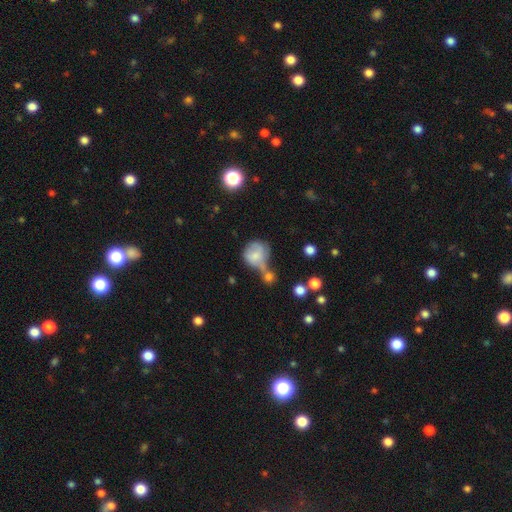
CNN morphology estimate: Smooth or featured: smooth — 68% (featured or disk — 22%)
How rounded: round — 75% (in between — 24%)
Merging: merger — 38% (none — 26%)